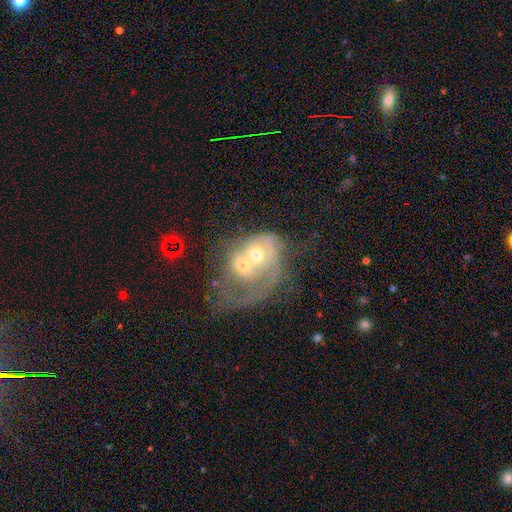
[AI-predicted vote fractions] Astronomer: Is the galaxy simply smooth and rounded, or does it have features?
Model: featured or disk — 62%.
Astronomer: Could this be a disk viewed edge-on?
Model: no — 96%.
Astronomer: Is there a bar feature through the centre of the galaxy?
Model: no — 81%.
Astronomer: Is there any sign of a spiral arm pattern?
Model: no — 55% (runner-up: yes, 45%).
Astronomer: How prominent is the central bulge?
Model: moderate — 63%.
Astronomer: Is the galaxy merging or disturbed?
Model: merger — 77%.